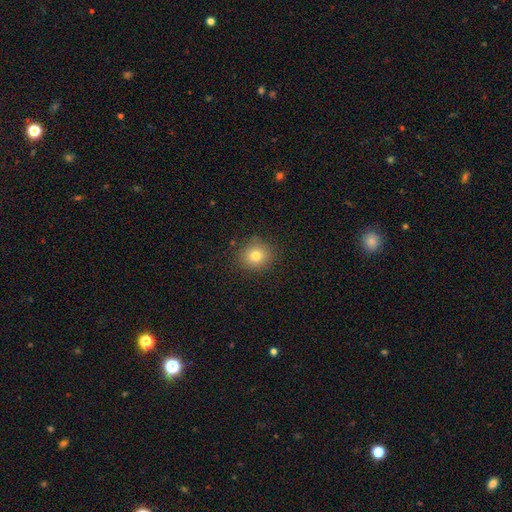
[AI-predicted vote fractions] A smooth galaxy with no disk features (78%) that is round (88%).

Vote fractions:
- Smooth or featured? smooth: 78% / star or artifact: 13% / featured or disk: 9%
- How rounded? round: 88% / in between: 11% / cigar-shaped: 1%
- Merging? none: 88% / minor disturbance: 8% / major disturbance: 3% / merger: 1%